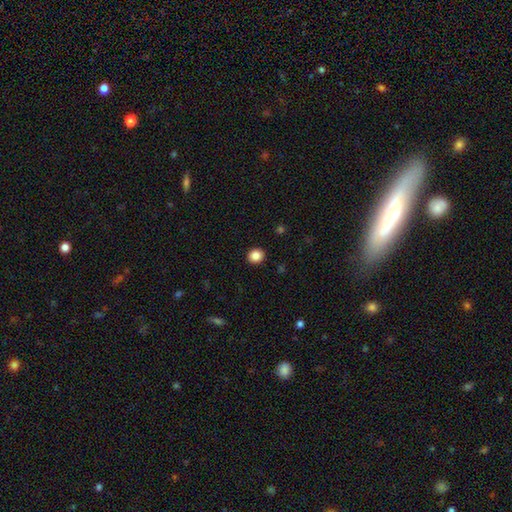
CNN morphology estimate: Smooth or featured? smooth (85%)
How rounded? round (83%)
Merging? none (92%)